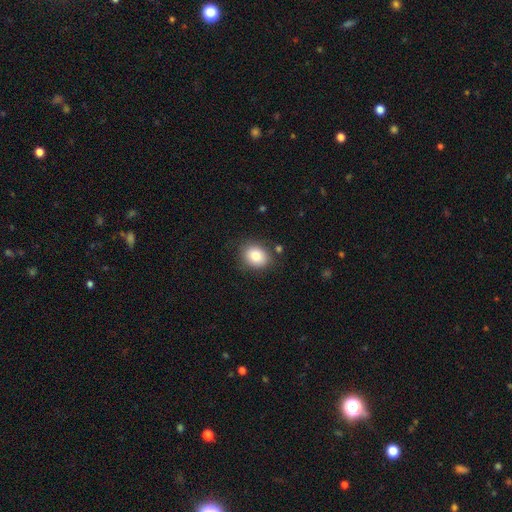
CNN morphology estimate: A smooth galaxy with no disk features (83%) that is round (52%).

Vote fractions:
- Smooth or featured? smooth: 83% / star or artifact: 9% / featured or disk: 8%
- How rounded? round: 52% / in between: 47% / cigar-shaped: 1%
- Merging? none: 82% / minor disturbance: 12% / major disturbance: 3% / merger: 3%